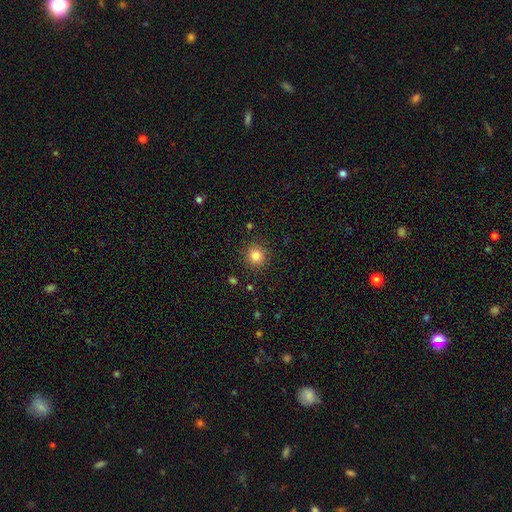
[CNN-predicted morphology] Smooth or featured?
  - smooth: 83% *
  - star or artifact: 12%
  - featured or disk: 6%
How rounded?
  - round: 92% *
  - in between: 7%
  - cigar-shaped: 1%
Merging?
  - none: 90% *
  - minor disturbance: 7%
  - major disturbance: 2%
  - merger: 1%